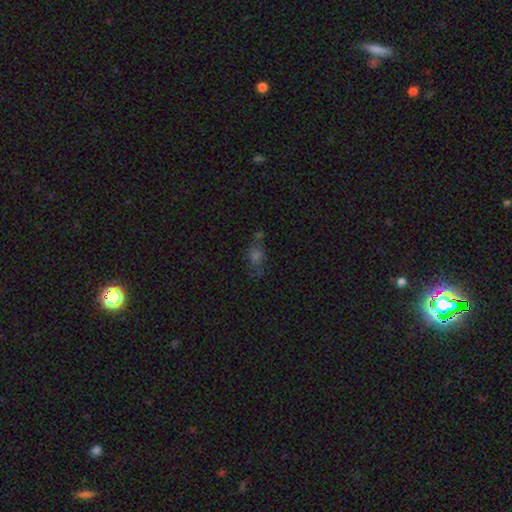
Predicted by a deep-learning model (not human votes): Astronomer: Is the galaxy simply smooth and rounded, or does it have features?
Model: smooth — 53% (runner-up: star or artifact, 32%).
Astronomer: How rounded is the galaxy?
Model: in between — 62%.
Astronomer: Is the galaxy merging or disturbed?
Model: none — 57%.